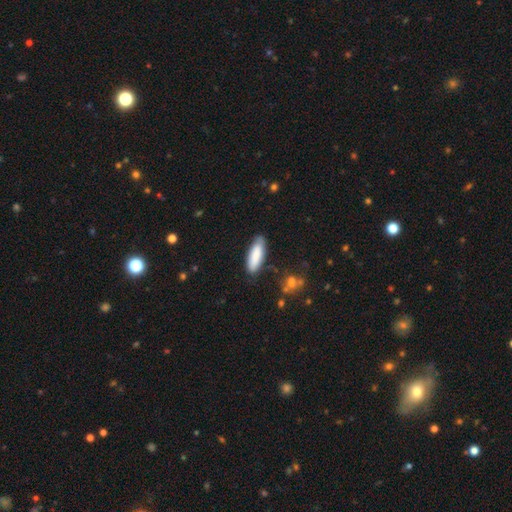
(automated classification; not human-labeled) This appears to be a smooth galaxy with no disk features (85%) that is in between round and cigar-shaped (63%). Merging: none (78%).